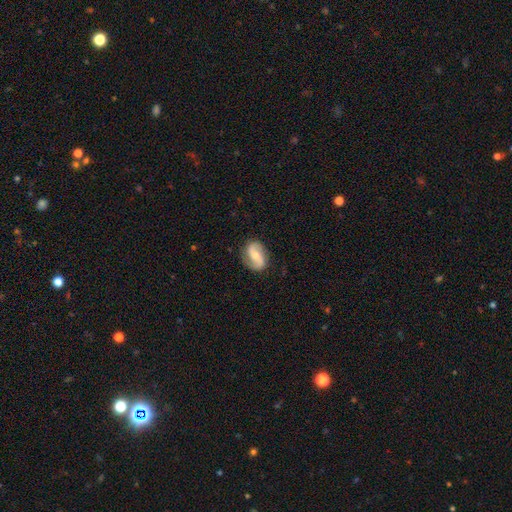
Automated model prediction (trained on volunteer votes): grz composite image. It shows a featured or disk galaxy (80%) with no bar (40%), 2 (92%) loose (42%) spiral arms (95%) and a moderate central bulge (52%). Merging: none (83%).